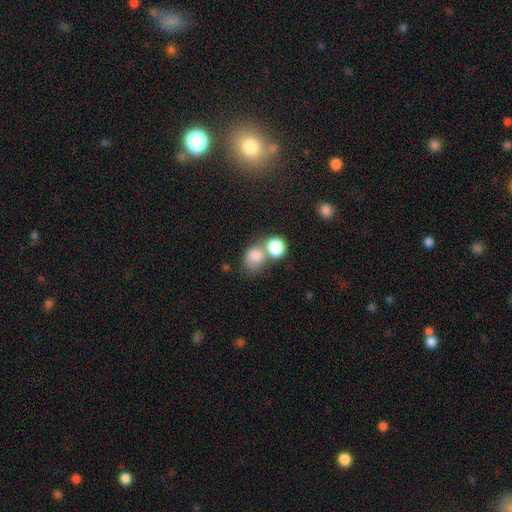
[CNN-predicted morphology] Overall: smooth (80%). How rounded: round (55%; in between 44%). Merging: merger (55%; none 30%).